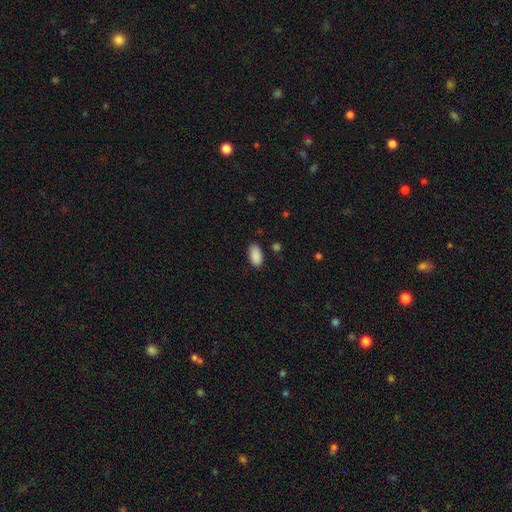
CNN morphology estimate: type=smooth (90%); roundness=in between (94%); merging=none (85%).